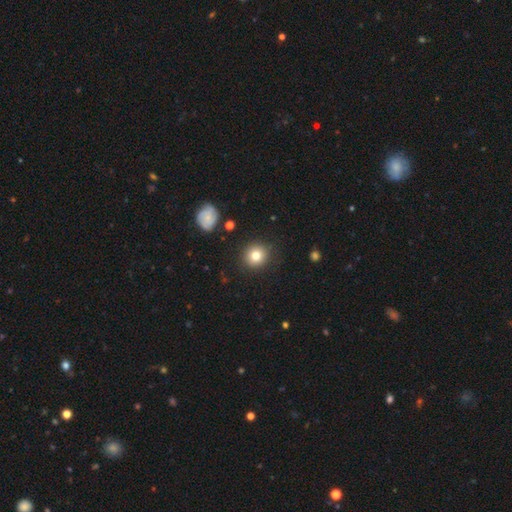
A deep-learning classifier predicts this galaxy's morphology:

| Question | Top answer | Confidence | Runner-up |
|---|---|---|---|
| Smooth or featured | smooth | 80% | featured or disk (10%) |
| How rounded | round | 91% | in between (8%) |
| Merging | none | 88% | minor disturbance (8%) |